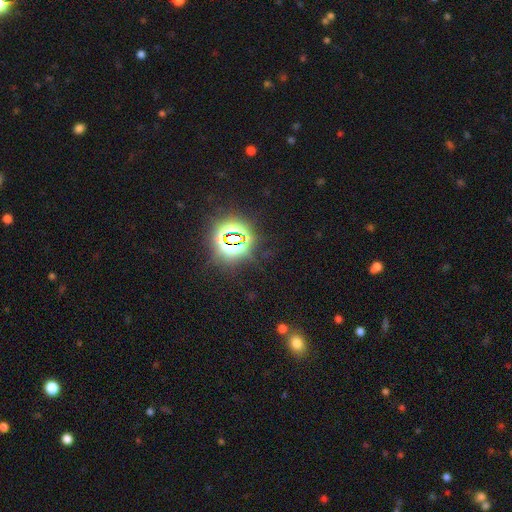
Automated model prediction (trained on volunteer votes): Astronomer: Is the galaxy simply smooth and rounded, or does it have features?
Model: star or artifact — 83%.